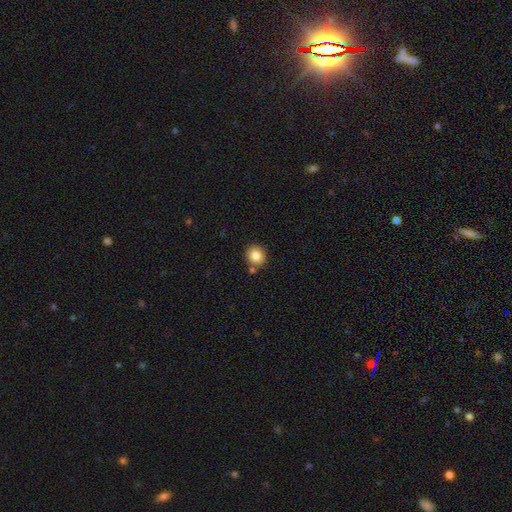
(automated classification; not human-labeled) Smooth or featured? smooth (84%)
How rounded? round (87%)
Merging? none (80%)